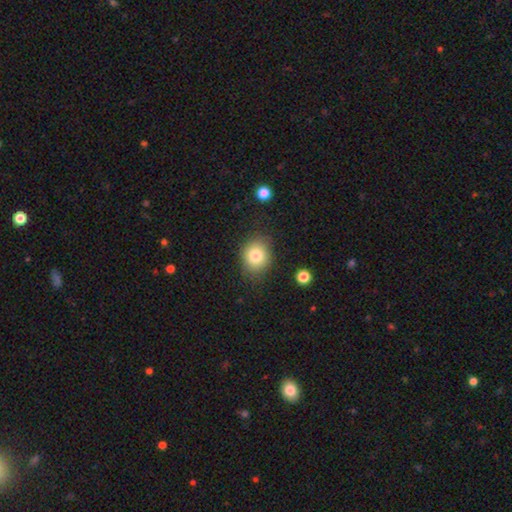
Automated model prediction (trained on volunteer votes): A smooth galaxy with no disk features (80%) that is round (63%). Merging: none (80%).